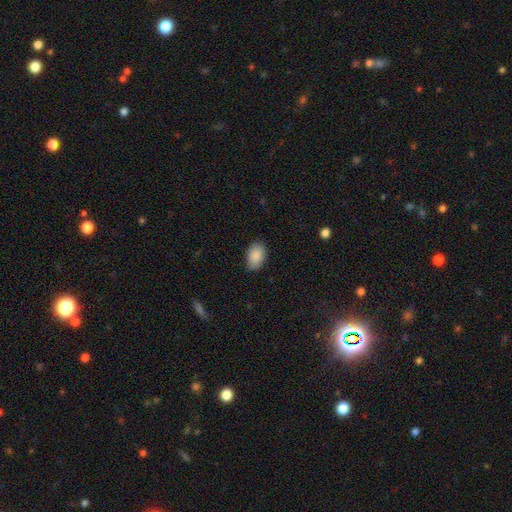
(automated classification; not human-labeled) Overall: smooth (89%). How rounded: in between (92%). Merging: none (85%).